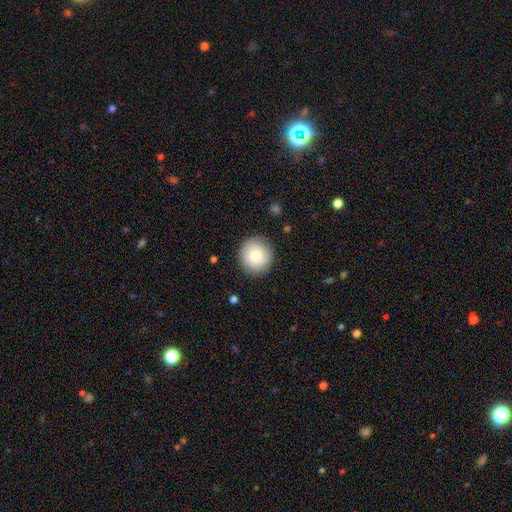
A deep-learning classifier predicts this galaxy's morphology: Smooth or featured?
  - smooth: 78% *
  - featured or disk: 15%
  - star or artifact: 7%
How rounded?
  - round: 92% *
  - in between: 7%
  - cigar-shaped: 1%
Merging?
  - none: 88% *
  - minor disturbance: 9%
  - major disturbance: 2%
  - merger: 1%